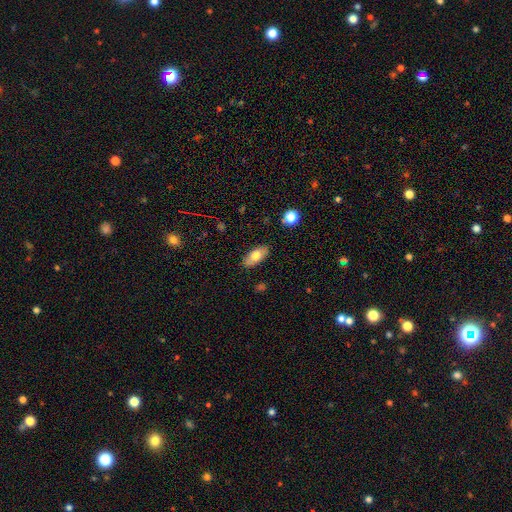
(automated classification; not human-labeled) A smooth galaxy with no disk features (70%) that is in between round and cigar-shaped (90%). Merging: none (86%).